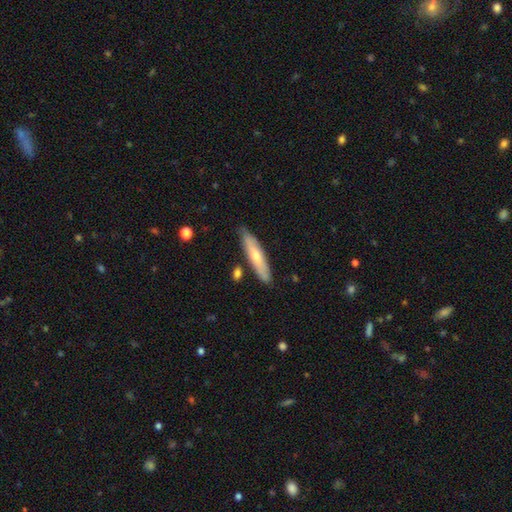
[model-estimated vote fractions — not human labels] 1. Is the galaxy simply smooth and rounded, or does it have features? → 55% smooth, 39% featured or disk, 6% star or artifact.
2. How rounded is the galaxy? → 82% cigar-shaped, 16% in between, 2% round.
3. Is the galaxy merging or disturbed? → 83% none, 12% minor disturbance, 3% merger, 2% major disturbance.